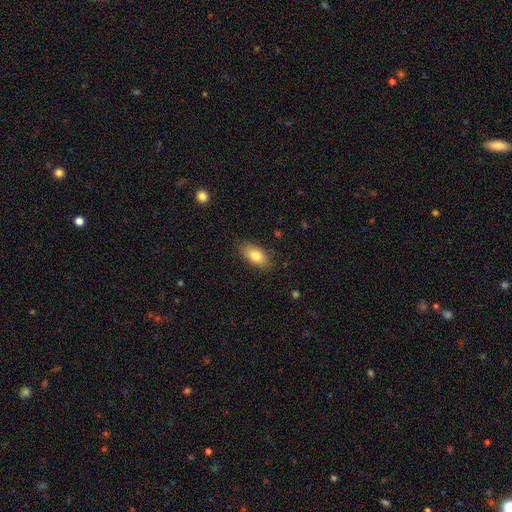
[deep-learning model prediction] Overall: smooth (81%). How rounded: in between (89%). Merging: none (85%).